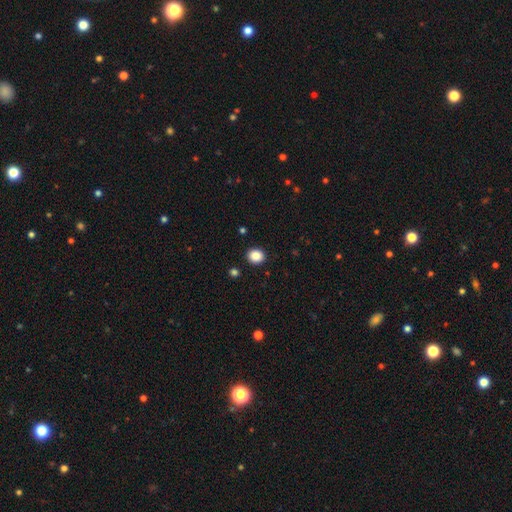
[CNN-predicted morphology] This is clearly a smooth galaxy (87%). How rounded: likely round (77%). Merging: clearly none (92%).